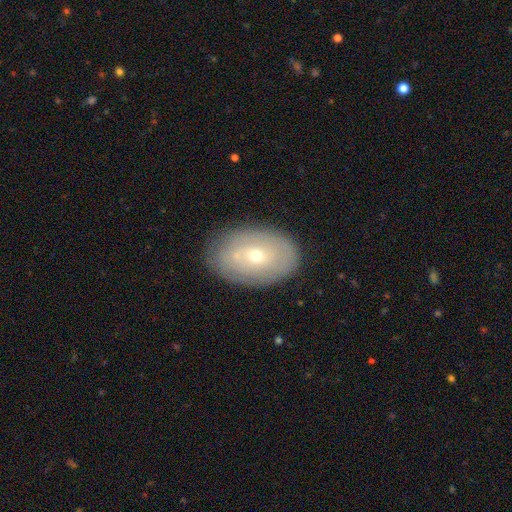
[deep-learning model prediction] This is possibly a featured or disk galaxy (46%, tied with smooth). Merging: clearly none (81%).